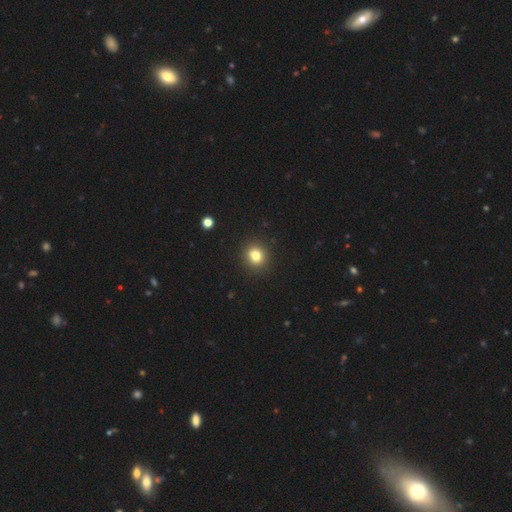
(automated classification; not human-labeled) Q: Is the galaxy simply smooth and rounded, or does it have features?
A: smooth — 81%.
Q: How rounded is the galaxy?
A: round — 80%.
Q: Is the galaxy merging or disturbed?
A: none — 91%.